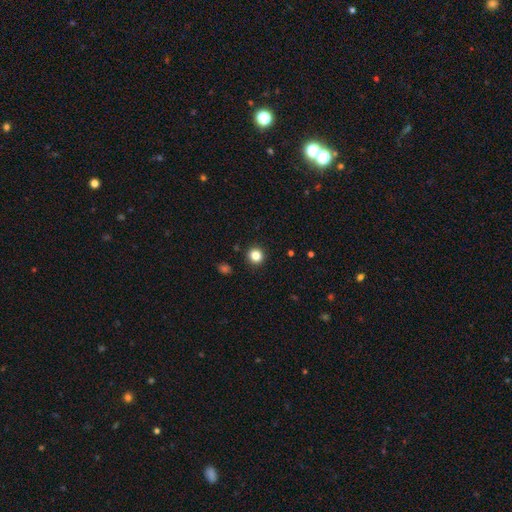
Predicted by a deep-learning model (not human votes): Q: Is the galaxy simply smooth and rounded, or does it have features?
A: smooth — 83%.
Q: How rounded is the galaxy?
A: round — 93%.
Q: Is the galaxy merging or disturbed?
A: none — 92%.